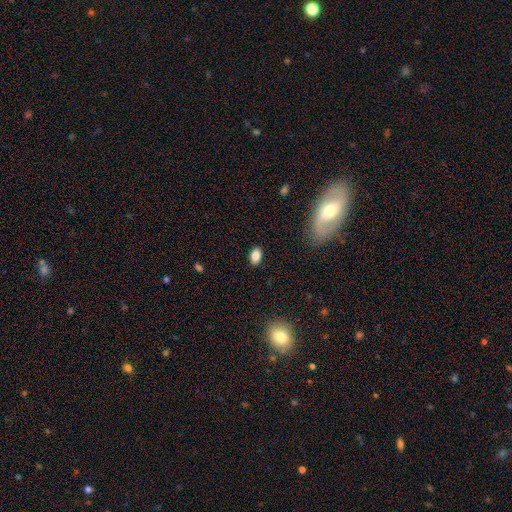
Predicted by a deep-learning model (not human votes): smooth_or_featured: smooth (p=0.85) [alt: star or artifact p=0.09]
how_rounded: in between (p=0.88) [alt: round p=0.10]
merging: none (p=0.87) [alt: minor disturbance p=0.09]